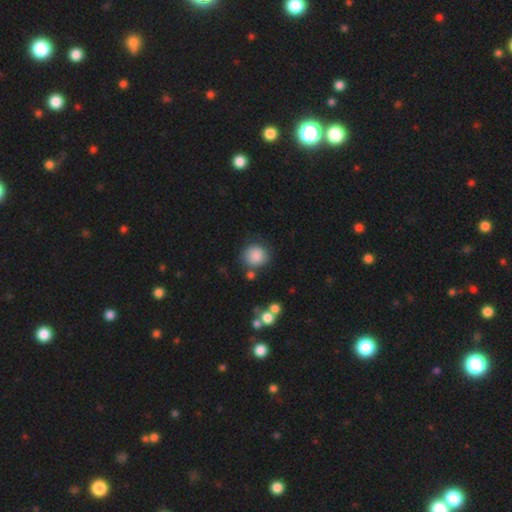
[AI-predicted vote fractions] A smooth galaxy with no disk features (86%) that is round (86%).

Vote fractions:
- Smooth or featured? smooth: 86% / star or artifact: 8% / featured or disk: 6%
- How rounded? round: 86% / in between: 13% / cigar-shaped: 1%
- Merging? none: 73% / minor disturbance: 15% / merger: 7% / major disturbance: 5%